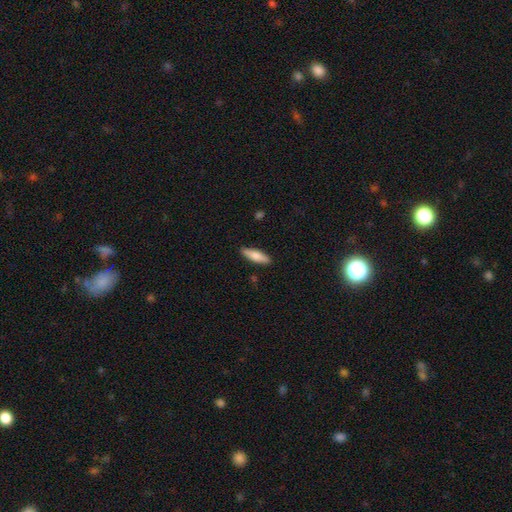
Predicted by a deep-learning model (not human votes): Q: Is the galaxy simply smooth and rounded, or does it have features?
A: smooth — 76%.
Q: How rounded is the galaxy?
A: cigar-shaped — 53%.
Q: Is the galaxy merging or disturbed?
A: none — 88%.